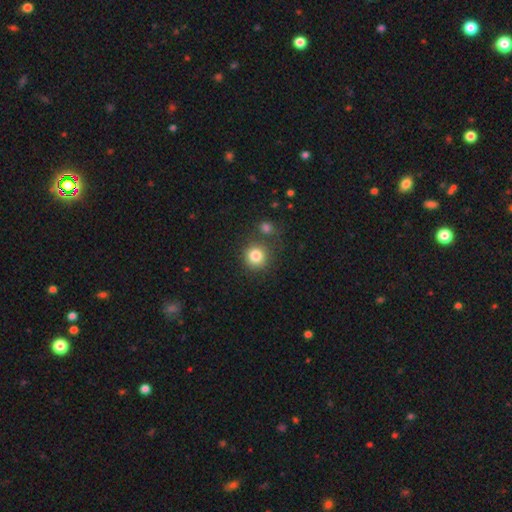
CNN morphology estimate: Smooth or featured: smooth — 83% (star or artifact — 11%)
How rounded: round — 92% (in between — 7%)
Merging: none — 75% (merger — 12%)